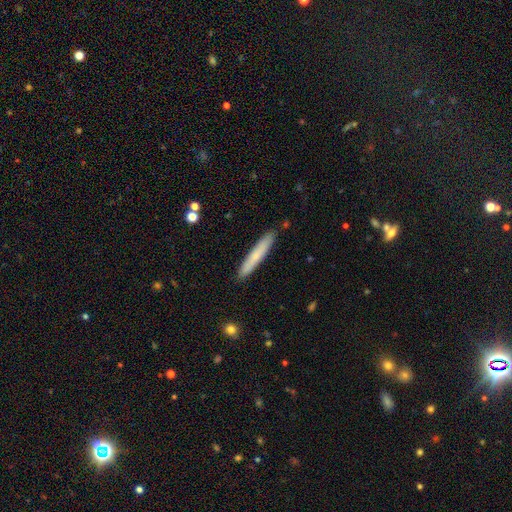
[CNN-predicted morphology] smooth-or-featured: smooth: 67% | featured or disk: 28% | star or artifact: 6%
  how-rounded: cigar-shaped: 94% | in between: 4% | round: 1%
  merging: none: 90% | minor disturbance: 8% | merger: 1% | major disturbance: 1%